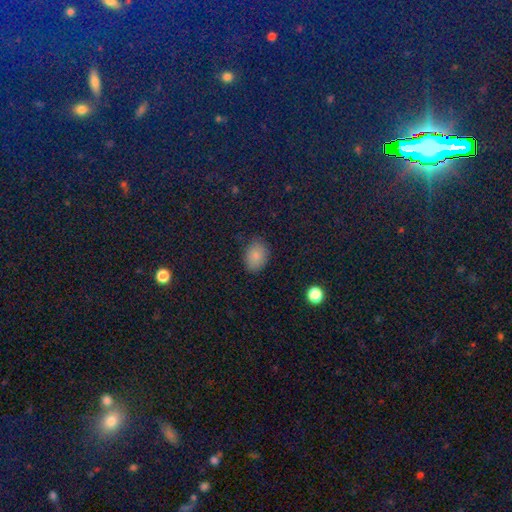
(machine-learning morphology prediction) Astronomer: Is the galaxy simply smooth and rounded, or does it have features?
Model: smooth — 83%.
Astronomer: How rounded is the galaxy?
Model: in between — 72%.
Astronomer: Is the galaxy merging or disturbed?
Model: none — 86%.